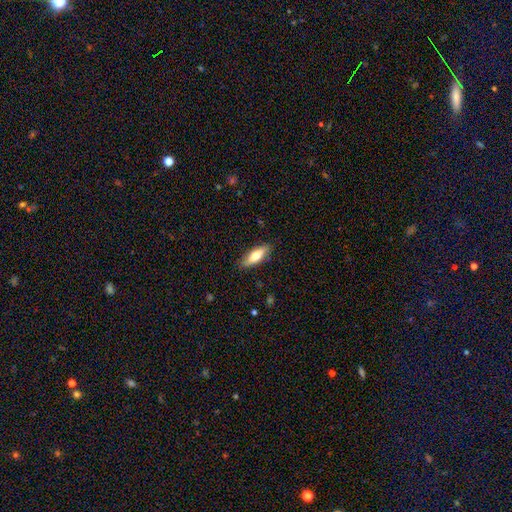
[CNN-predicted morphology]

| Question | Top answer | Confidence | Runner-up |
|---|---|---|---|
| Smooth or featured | smooth | 66% | featured or disk (28%) |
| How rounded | in between | 56% | cigar-shaped (42%) |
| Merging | none | 86% | minor disturbance (10%) |